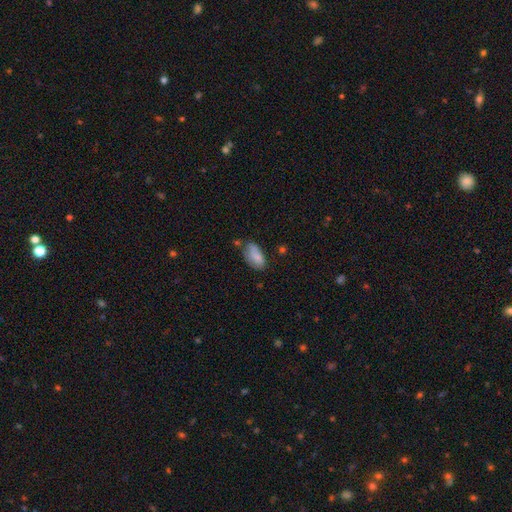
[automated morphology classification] This is clearly a smooth galaxy (81%). How rounded: clearly in between (91%). Merging: possibly none (51%).